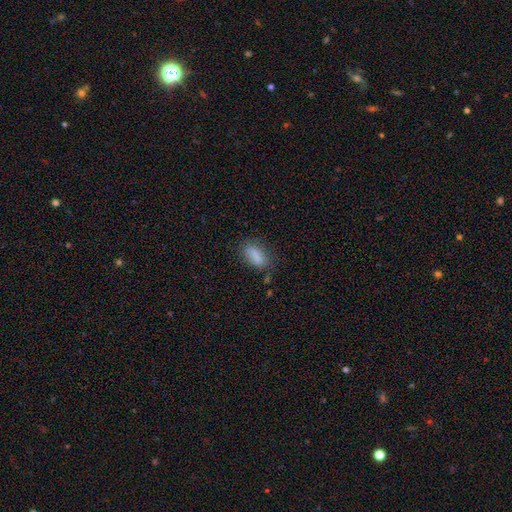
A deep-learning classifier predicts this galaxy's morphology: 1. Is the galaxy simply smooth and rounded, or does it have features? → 82% smooth, 9% featured or disk, 8% star or artifact.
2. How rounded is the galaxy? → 80% in between, 15% cigar-shaped, 4% round.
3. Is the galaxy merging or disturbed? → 69% none, 21% minor disturbance, 6% major disturbance, 4% merger.